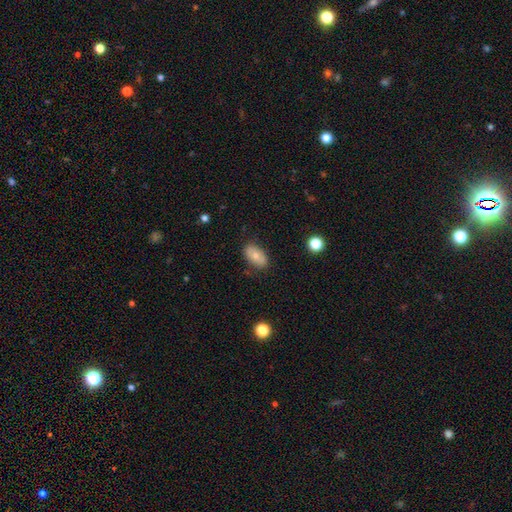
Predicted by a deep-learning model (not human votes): Smooth or featured: smooth — 70% (featured or disk — 22%)
How rounded: in between — 90% (round — 8%)
Merging: none — 80% (minor disturbance — 15%)